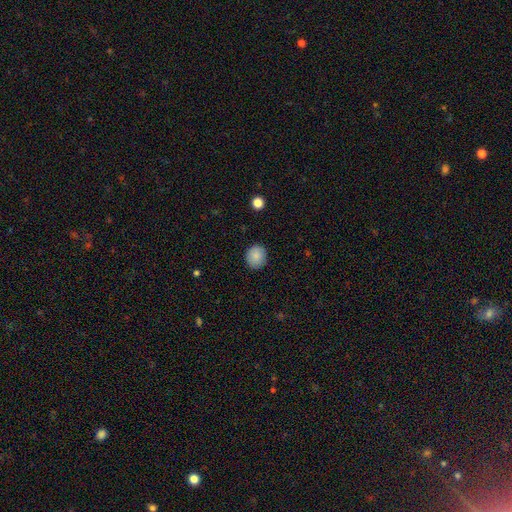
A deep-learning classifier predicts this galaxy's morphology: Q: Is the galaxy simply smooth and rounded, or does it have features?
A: smooth — 87%.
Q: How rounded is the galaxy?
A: round — 77%.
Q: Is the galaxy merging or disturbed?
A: none — 87%.